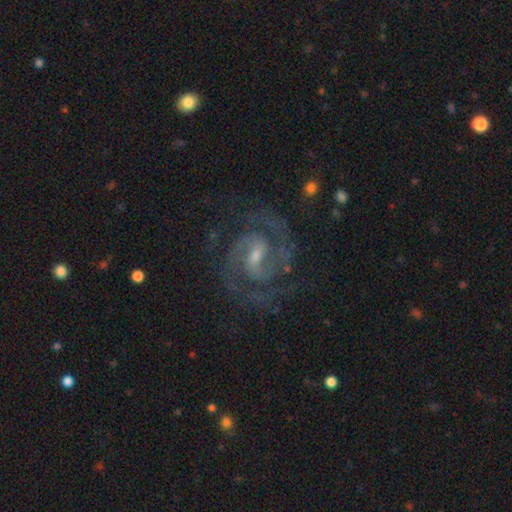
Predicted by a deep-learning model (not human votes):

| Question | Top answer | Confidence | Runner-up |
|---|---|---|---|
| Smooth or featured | featured or disk | 92% | star or artifact (5%) |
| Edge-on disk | no | 98% | yes (2%) |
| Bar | weak | 56% | strong (28%) |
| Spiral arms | yes | 98% | no (2%) |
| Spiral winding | medium | 53% | tight (39%) |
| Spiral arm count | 2 | 88% | 3 (4%) |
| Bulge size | small | 56% | moderate (36%) |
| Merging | none | 77% | minor disturbance (14%) |